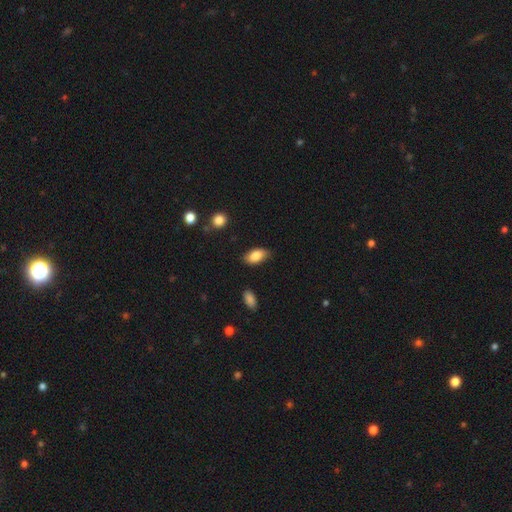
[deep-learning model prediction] A smooth galaxy with no disk features (83%) that is in between round and cigar-shaped (92%).

Vote fractions:
- Smooth or featured? smooth: 83% / featured or disk: 10% / star or artifact: 7%
- How rounded? in between: 92% / cigar-shaped: 4% / round: 4%
- Merging? none: 79% / minor disturbance: 17% / major disturbance: 3% / merger: 2%